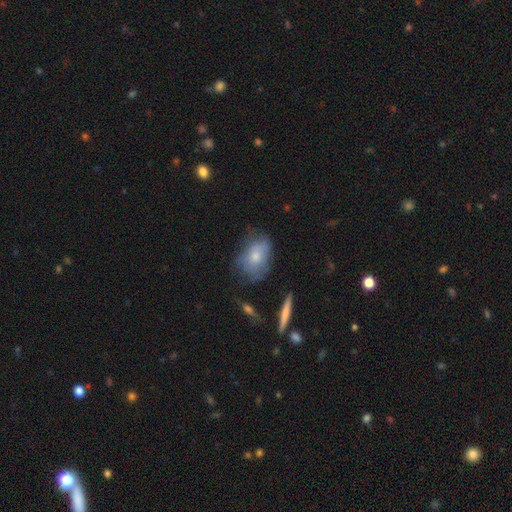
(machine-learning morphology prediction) A smooth galaxy with no disk features (67%) that is in between round and cigar-shaped (80%).

Vote fractions:
- Smooth or featured? smooth: 67% / featured or disk: 26% / star or artifact: 8%
- How rounded? in between: 80% / round: 17% / cigar-shaped: 2%
- Merging? none: 50% / minor disturbance: 31% / major disturbance: 16% / merger: 3%